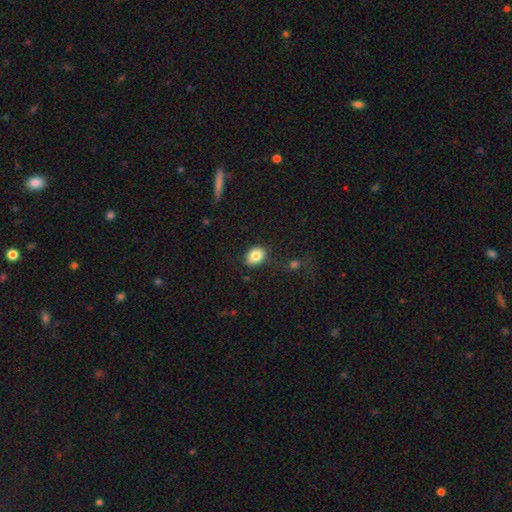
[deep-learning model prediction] Smooth or featured?
  - smooth: 84% *
  - star or artifact: 9%
  - featured or disk: 8%
How rounded?
  - in between: 64% *
  - round: 35%
  - cigar-shaped: 1%
Merging?
  - none: 81% *
  - minor disturbance: 13%
  - major disturbance: 3%
  - merger: 3%